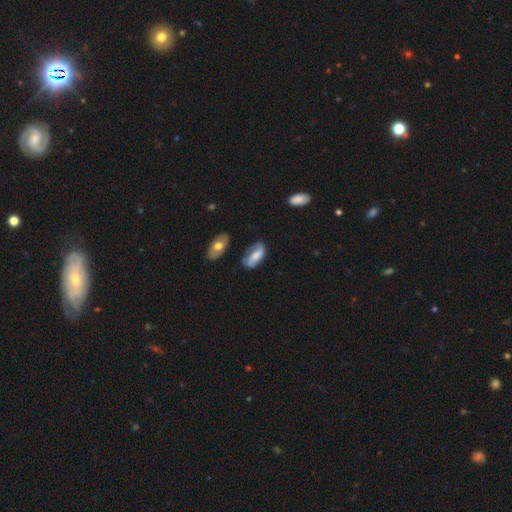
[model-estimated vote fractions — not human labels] This is possibly a featured or disk galaxy (49%). Merging: possibly none (58%).